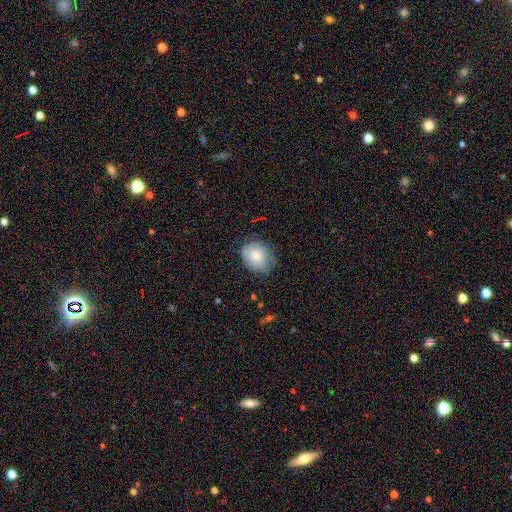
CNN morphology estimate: Q: Smooth or featured?
A: smooth (82%); runner-up: featured or disk (11%)
Q: How rounded?
A: round (64%); runner-up: in between (35%)
Q: Merging?
A: none (71%); runner-up: minor disturbance (23%)